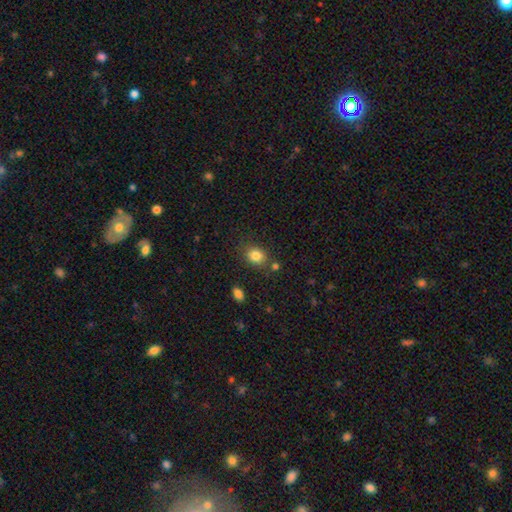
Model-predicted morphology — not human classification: Smooth or featured?
  - smooth: 84% *
  - star or artifact: 10%
  - featured or disk: 6%
How rounded?
  - round: 52% *
  - in between: 47%
  - cigar-shaped: 1%
Merging?
  - none: 78% *
  - minor disturbance: 12%
  - merger: 7%
  - major disturbance: 4%